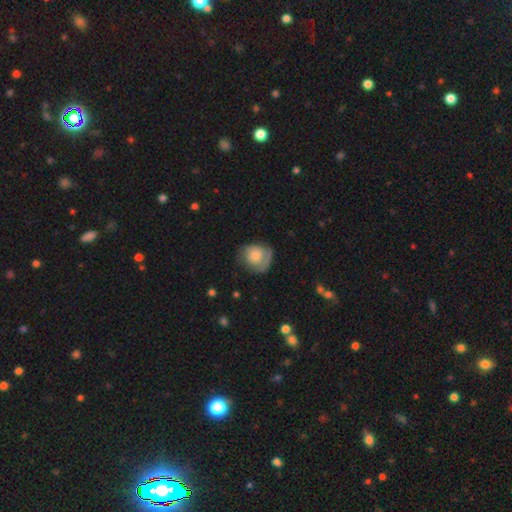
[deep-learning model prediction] This appears to be a smooth galaxy with no disk features (58%) that is round (75%). Merging: none (55%).